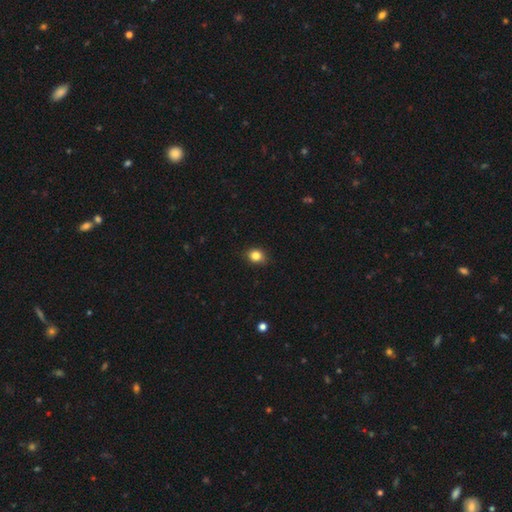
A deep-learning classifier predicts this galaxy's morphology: Q: Smooth or featured?
A: smooth (84%); runner-up: star or artifact (11%)
Q: How rounded?
A: round (61%); runner-up: in between (38%)
Q: Merging?
A: none (86%); runner-up: minor disturbance (11%)